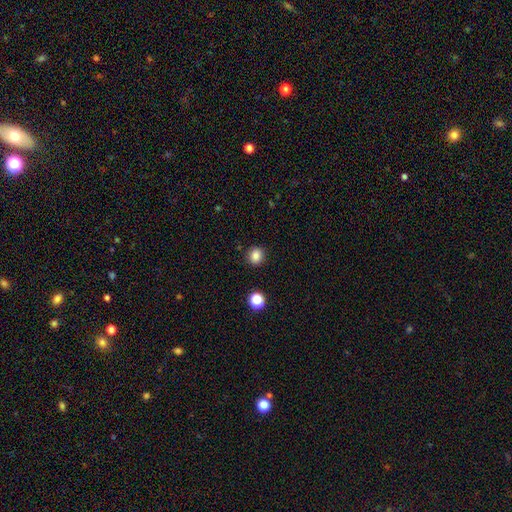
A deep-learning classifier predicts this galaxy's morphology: Smooth or featured? smooth (85%)
How rounded? round (79%)
Merging? none (89%)